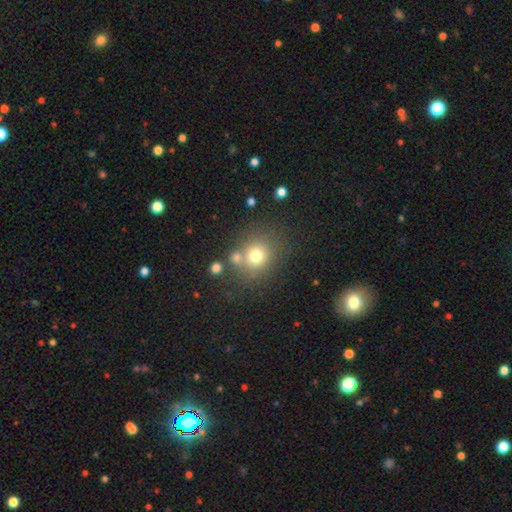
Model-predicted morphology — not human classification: The model was most divided on "merging": none: 69%, merger: 16%, minor disturbance: 10%, major disturbance: 5%. More confident: how rounded — round (80%); smooth or featured — smooth (72%).